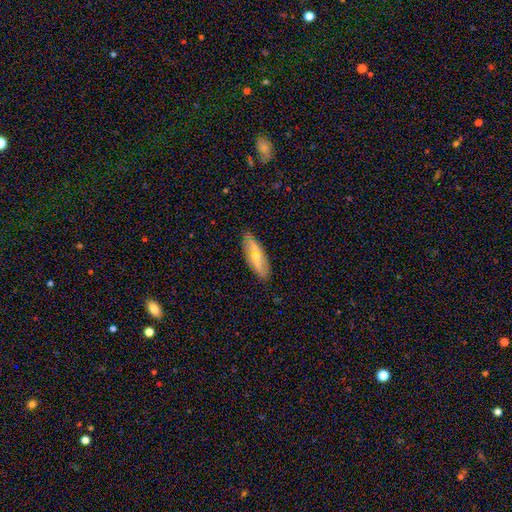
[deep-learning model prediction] Smooth or featured?
  - featured or disk: 53% *
  - smooth: 40%
  - star or artifact: 7%
Edge-on disk?
  - yes: 54% *
  - no: 46%
Merging?
  - none: 86% *
  - minor disturbance: 11%
  - major disturbance: 2%
  - merger: 1%